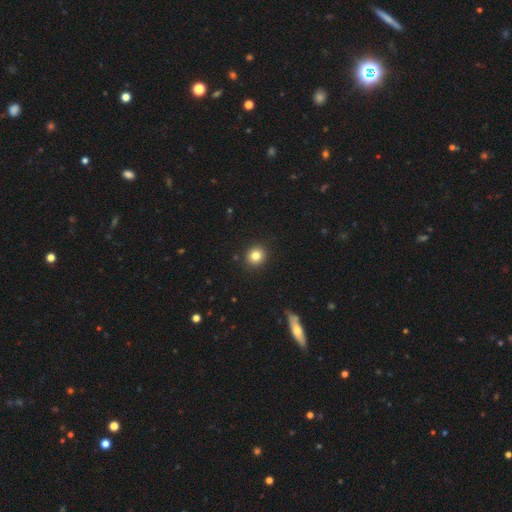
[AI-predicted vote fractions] The model was most divided on "how rounded": round: 85%, in between: 14%, cigar-shaped: 1%. More confident: merging — none (92%); smooth or featured — smooth (82%).